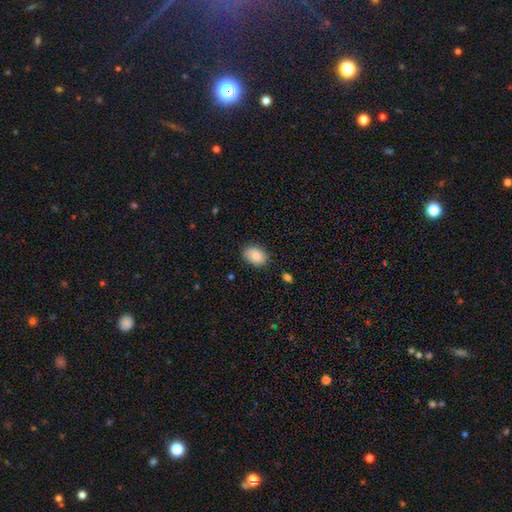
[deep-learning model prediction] Overall: smooth (87%). How rounded: in between (79%). Merging: none (85%).